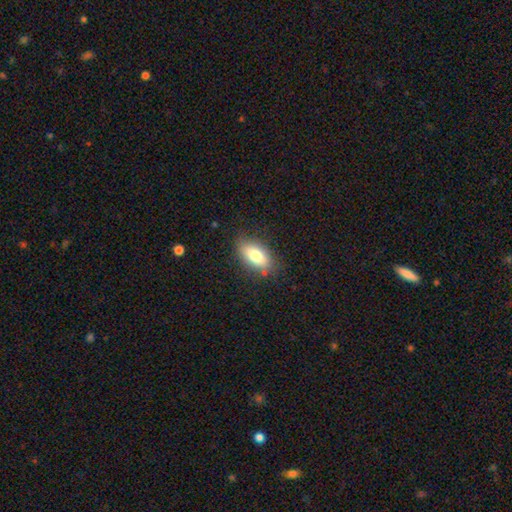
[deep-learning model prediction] Smooth or featured: smooth — 76% (featured or disk — 16%)
How rounded: in between — 88% (cigar-shaped — 7%)
Merging: none — 82% (minor disturbance — 13%)